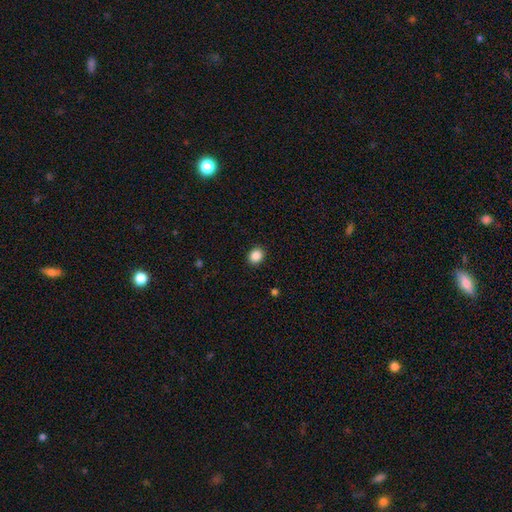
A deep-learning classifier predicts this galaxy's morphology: Overall: smooth (88%). How rounded: round (61%; in between 38%). Merging: none (90%).